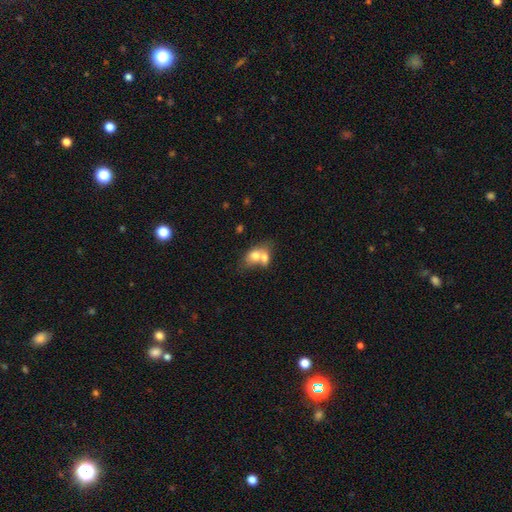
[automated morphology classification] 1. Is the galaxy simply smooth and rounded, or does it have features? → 69% smooth, 23% featured or disk, 8% star or artifact.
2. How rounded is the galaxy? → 68% in between, 29% round, 2% cigar-shaped.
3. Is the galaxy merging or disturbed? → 67% merger, 21% none, 8% minor disturbance, 5% major disturbance.